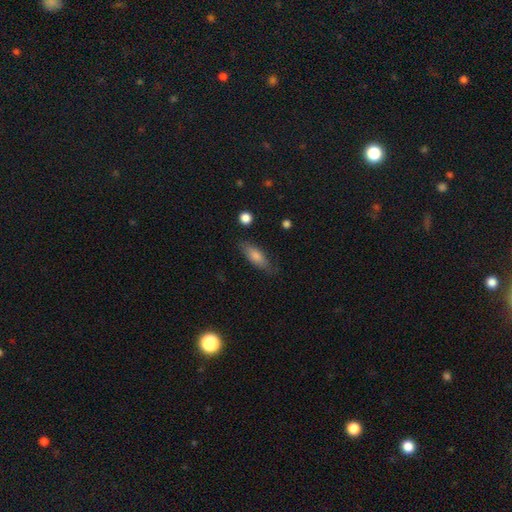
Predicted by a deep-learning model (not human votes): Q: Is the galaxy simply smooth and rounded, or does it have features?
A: smooth — 73%.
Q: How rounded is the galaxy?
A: in between — 57%.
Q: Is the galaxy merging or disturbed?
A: none — 78%.